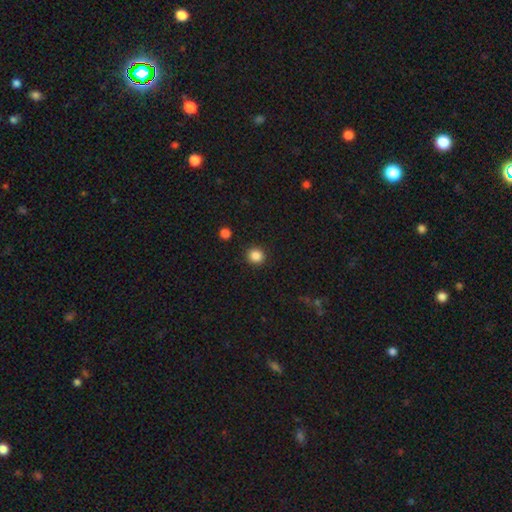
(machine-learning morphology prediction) Smooth or featured? smooth (86%)
How rounded? round (89%)
Merging? none (92%)